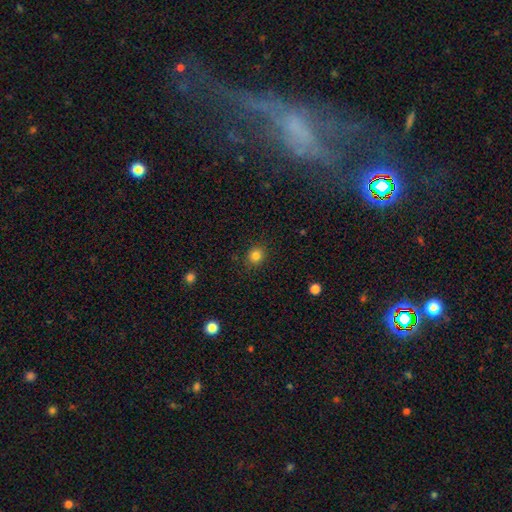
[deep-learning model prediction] This is clearly a smooth galaxy (83%). How rounded: clearly round (80%). Merging: clearly none (88%).